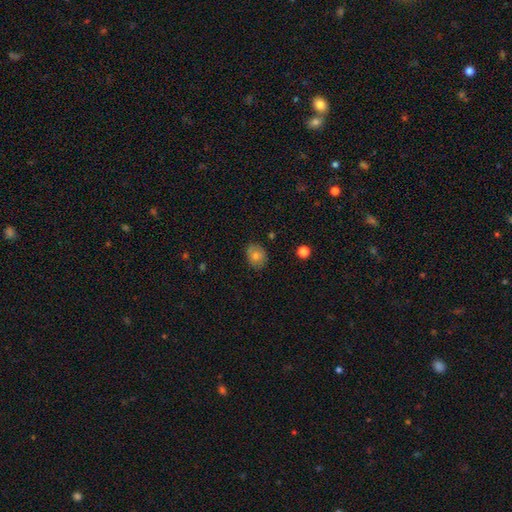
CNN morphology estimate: smooth-or-featured: smooth: 73% | featured or disk: 17% | star or artifact: 10%
  how-rounded: in between: 50% | round: 49% | cigar-shaped: 1%
  merging: none: 79% | minor disturbance: 16% | major disturbance: 3% | merger: 1%